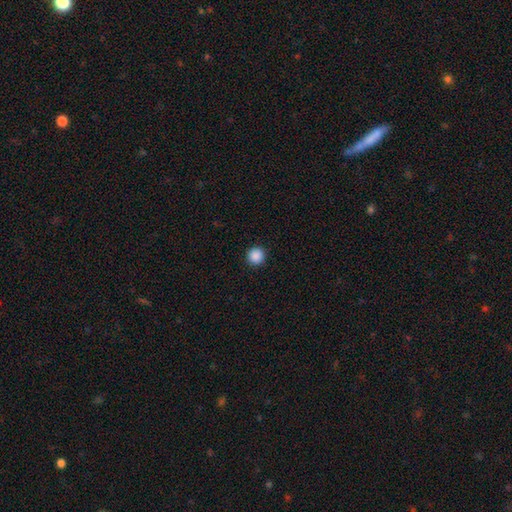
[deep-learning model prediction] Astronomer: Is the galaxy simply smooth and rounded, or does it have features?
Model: smooth — 88%.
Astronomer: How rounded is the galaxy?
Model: round — 96%.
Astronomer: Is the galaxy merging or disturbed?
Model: none — 93%.